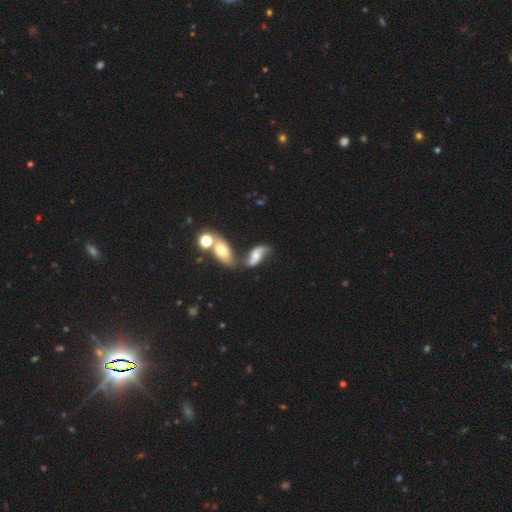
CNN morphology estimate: This appears to be a featured or disk galaxy (58%) with no bar (53%), spiral arms (87%) and a moderate central bulge (40%). Merging: none (40%).